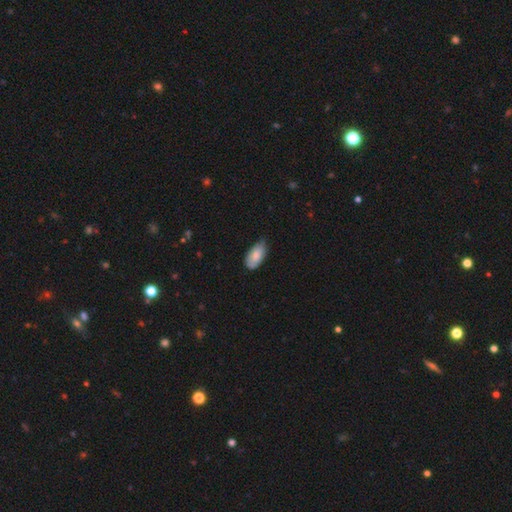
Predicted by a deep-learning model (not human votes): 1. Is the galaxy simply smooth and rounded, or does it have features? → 80% smooth, 14% featured or disk, 6% star or artifact.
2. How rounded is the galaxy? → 94% in between, 3% cigar-shaped, 3% round.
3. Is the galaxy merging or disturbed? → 55% none, 39% minor disturbance, 5% major disturbance, 1% merger.